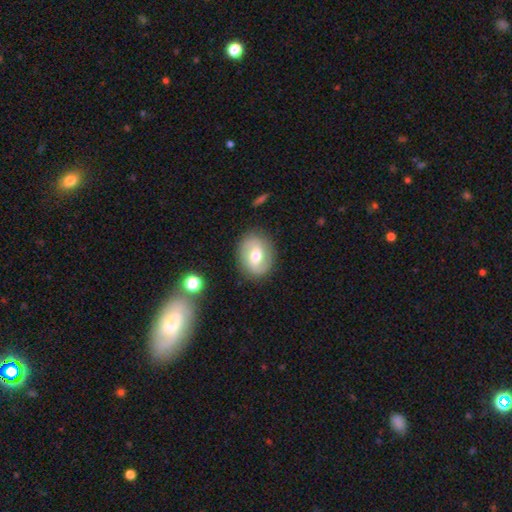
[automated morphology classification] This is possibly a featured or disk galaxy (52%). It is clearly not viewed edge-on (95%). Merging: clearly none (84%).